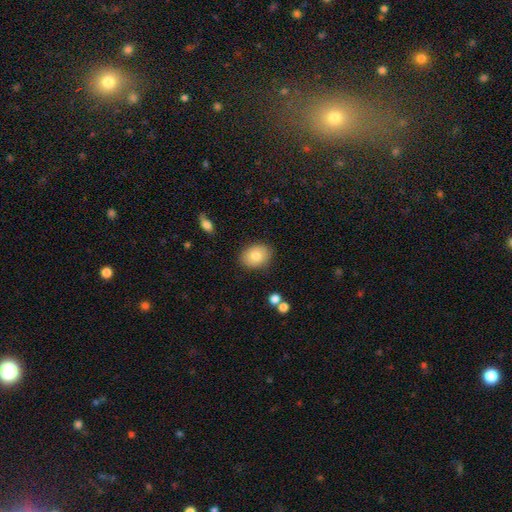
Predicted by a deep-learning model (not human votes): The model was most divided on "how rounded": in between: 69%, round: 30%, cigar-shaped: 1%. More confident: merging — none (86%); smooth or featured — smooth (82%).